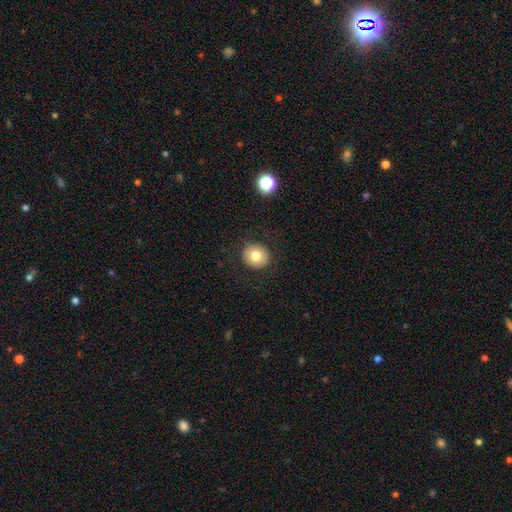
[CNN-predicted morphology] Smooth or featured?
  - smooth: 78% *
  - featured or disk: 12%
  - star or artifact: 10%
How rounded?
  - round: 89% *
  - in between: 10%
  - cigar-shaped: 1%
Merging?
  - none: 88% *
  - minor disturbance: 8%
  - major disturbance: 3%
  - merger: 1%